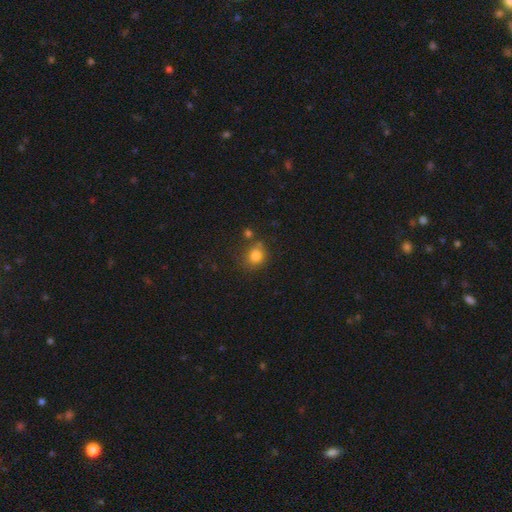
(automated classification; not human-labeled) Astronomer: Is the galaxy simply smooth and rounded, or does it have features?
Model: smooth — 81%.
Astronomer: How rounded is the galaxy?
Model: round — 66%.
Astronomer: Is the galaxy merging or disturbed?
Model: none — 64%.